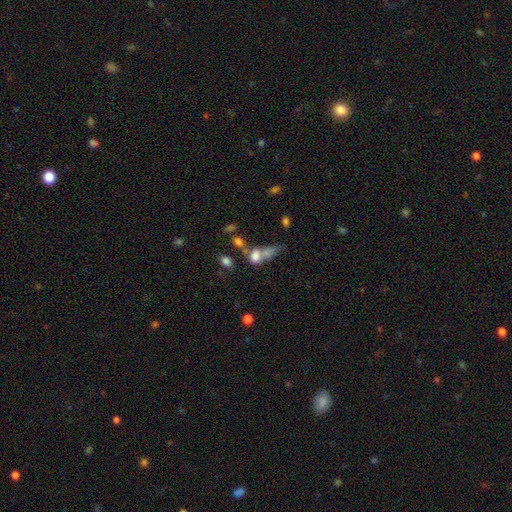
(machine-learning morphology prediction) This appears to be a smooth galaxy with no disk features (67%) that is in between round and cigar-shaped (69%). Merging: merger (52%).